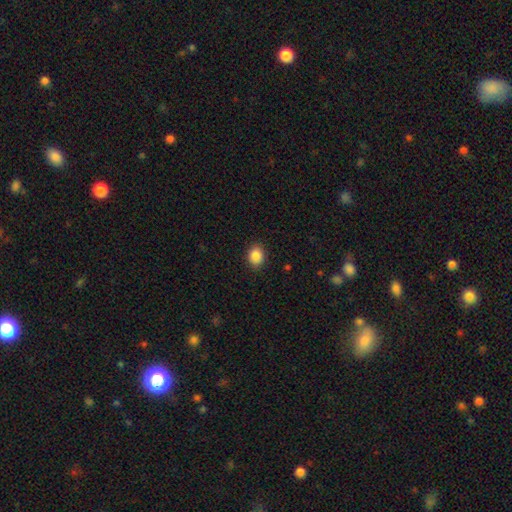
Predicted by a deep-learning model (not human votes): Smooth or featured? Predicted: smooth (p=0.87). How rounded? Predicted: round (p=0.53). Merging? Predicted: none (p=0.90).